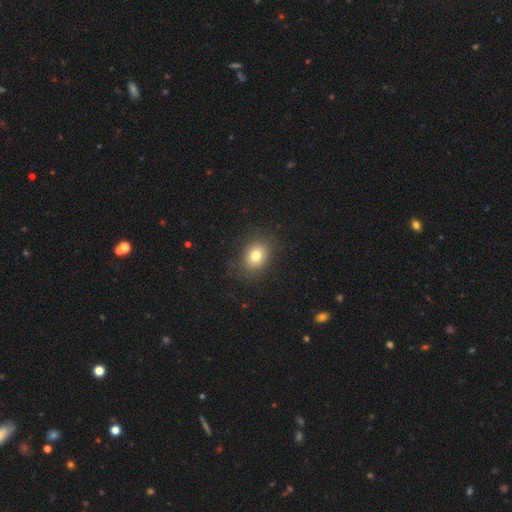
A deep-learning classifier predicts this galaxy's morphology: smooth_or_featured: smooth (p=0.78) [alt: star or artifact p=0.11]
how_rounded: in between (p=0.60) [alt: round p=0.39]
merging: none (p=0.85) [alt: minor disturbance p=0.10]